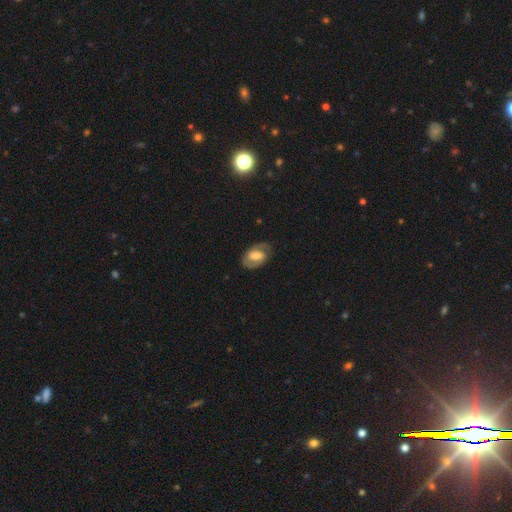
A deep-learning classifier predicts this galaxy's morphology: A featured or disk galaxy (61%) with a weak bar (45%), spiral arms (74%) and a moderate central bulge (52%). Merging: none (75%).